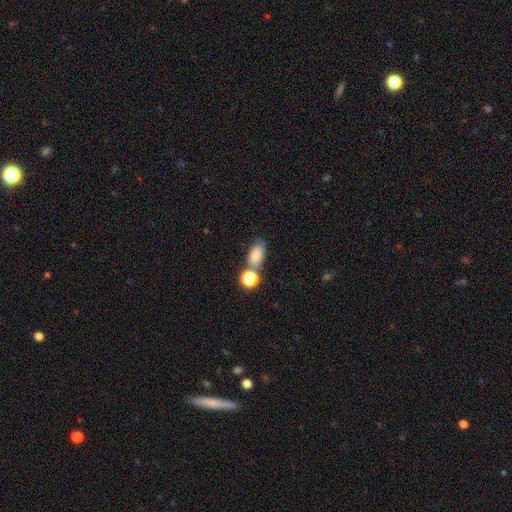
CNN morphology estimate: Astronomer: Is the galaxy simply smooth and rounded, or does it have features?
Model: smooth — 80%.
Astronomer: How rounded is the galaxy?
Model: in between — 83%.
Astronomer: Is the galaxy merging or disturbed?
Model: none — 56%.